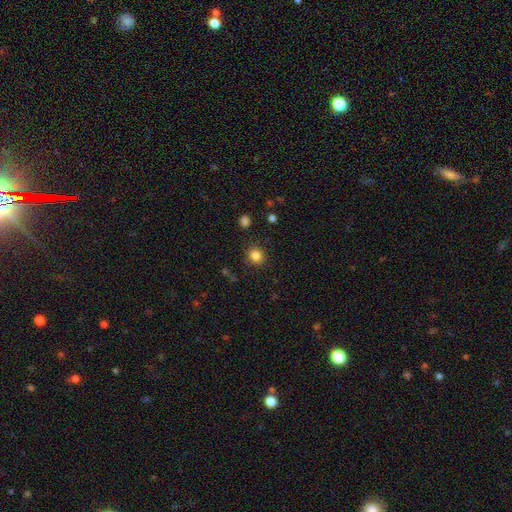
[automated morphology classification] type=smooth (84%); roundness=round (85%); merging=none (88%).